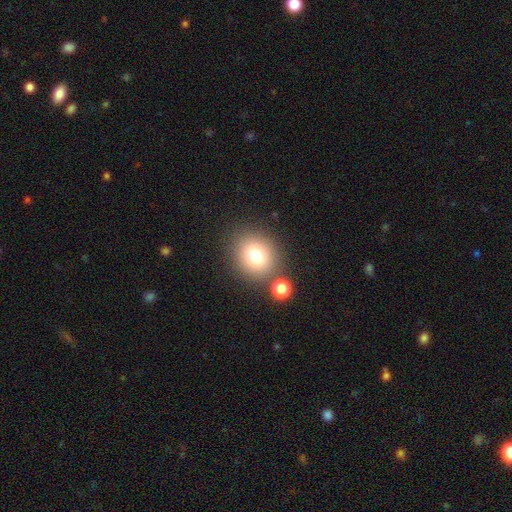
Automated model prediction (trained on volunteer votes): Q: Smooth or featured?
A: smooth (77%); runner-up: star or artifact (13%)
Q: How rounded?
A: round (77%); runner-up: in between (22%)
Q: Merging?
A: none (78%); runner-up: merger (10%)